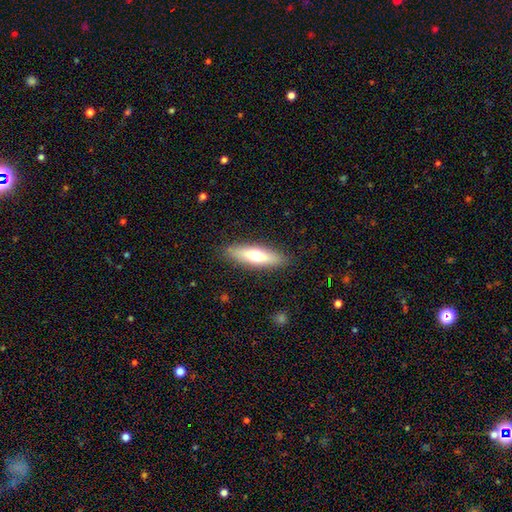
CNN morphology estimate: The model was most divided on "how rounded": cigar-shaped: 61%, in between: 37%, round: 2%. More confident: merging — none (87%); smooth or featured — smooth (60%).